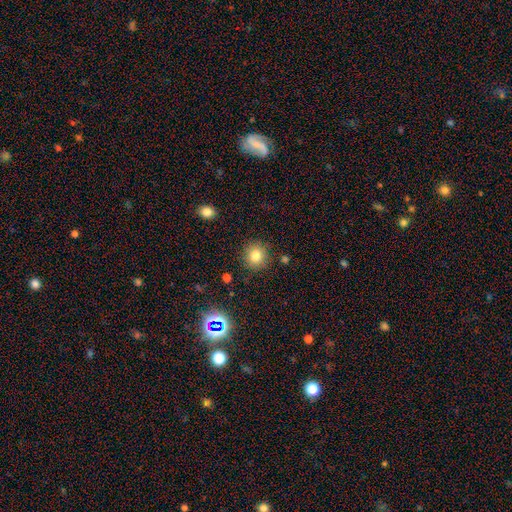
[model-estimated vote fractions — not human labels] Morphology: type=smooth (80%); roundness=round (91%); merging=none (88%).